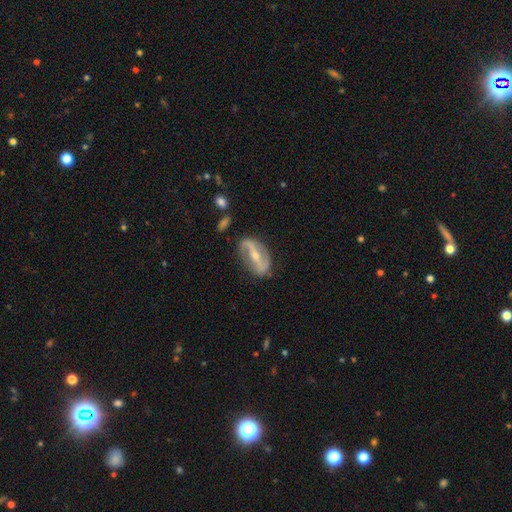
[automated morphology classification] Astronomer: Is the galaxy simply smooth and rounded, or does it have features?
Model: featured or disk — 83%.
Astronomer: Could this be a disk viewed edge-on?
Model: no — 90%.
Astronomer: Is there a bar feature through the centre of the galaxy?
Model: strong — 72%.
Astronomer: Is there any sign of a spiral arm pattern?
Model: yes — 80%.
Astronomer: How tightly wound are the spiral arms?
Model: loose — 51% (runner-up: medium, 31%).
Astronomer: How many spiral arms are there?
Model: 2 — 87%.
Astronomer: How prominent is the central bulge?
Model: small — 54% (runner-up: moderate, 42%).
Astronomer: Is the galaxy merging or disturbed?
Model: none — 78%.